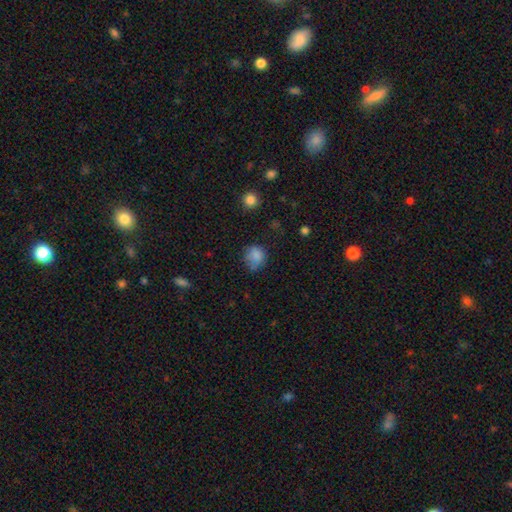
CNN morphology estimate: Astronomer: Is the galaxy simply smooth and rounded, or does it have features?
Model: smooth — 81%.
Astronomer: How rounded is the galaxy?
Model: round — 69%.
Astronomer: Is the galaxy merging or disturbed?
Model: none — 59%.